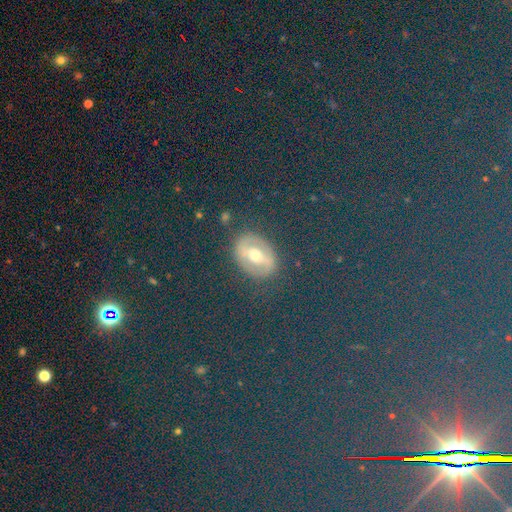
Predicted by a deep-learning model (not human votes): smooth_or_featured: star or artifact (p=0.39) [alt: smooth p=0.37]